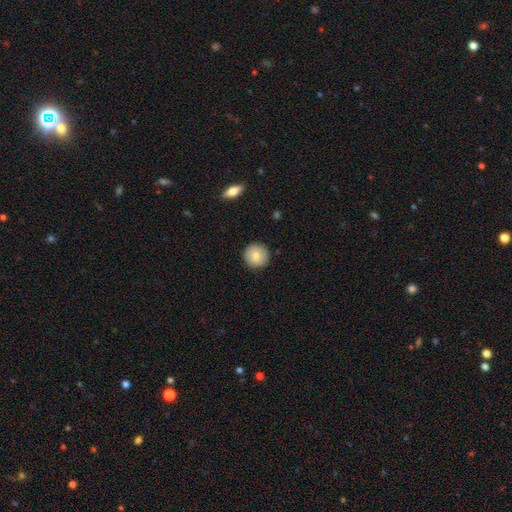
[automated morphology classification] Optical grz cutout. It shows a smooth galaxy with no disk features (78%) that is round (95%). Merging: none (90%).